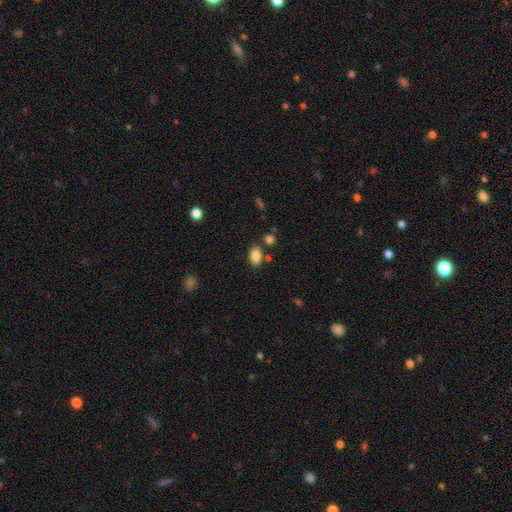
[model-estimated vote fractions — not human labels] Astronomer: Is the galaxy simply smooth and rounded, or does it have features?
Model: smooth — 85%.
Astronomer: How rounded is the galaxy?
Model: in between — 89%.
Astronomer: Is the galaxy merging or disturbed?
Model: none — 77%.